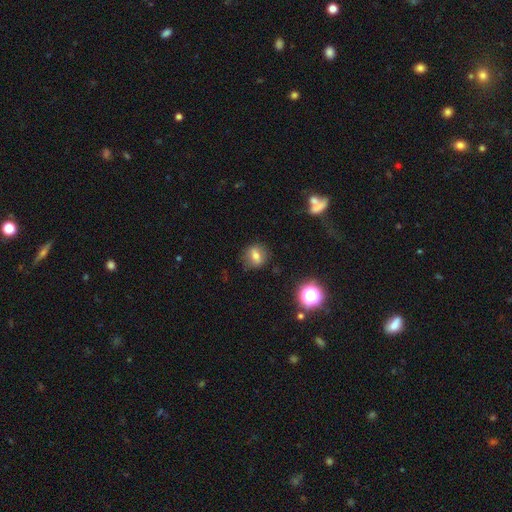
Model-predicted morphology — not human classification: Q: Smooth or featured?
A: smooth (66%); runner-up: featured or disk (19%)
Q: How rounded?
A: round (61%); runner-up: in between (36%)
Q: Merging?
A: none (81%); runner-up: minor disturbance (13%)